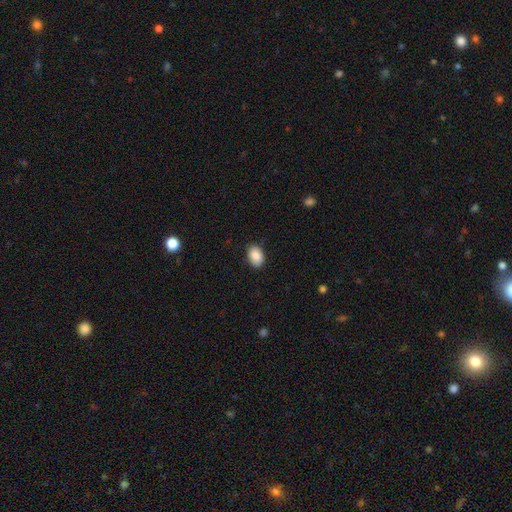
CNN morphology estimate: Smooth or featured? Predicted: smooth (p=0.89). How rounded? Predicted: in between (p=0.87). Merging? Predicted: none (p=0.86).